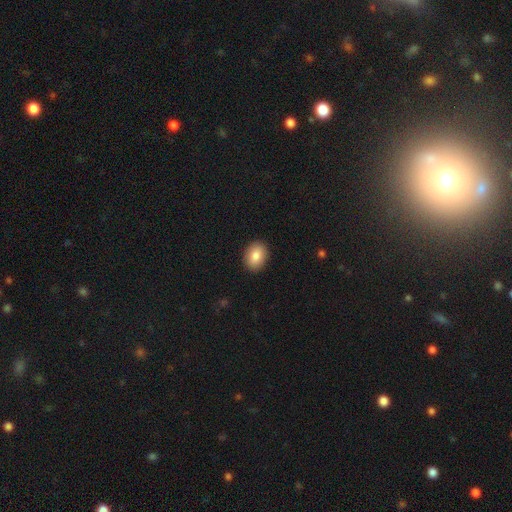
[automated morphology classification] Smooth or featured?
  - smooth: 86% *
  - star or artifact: 7%
  - featured or disk: 7%
How rounded?
  - in between: 71% *
  - round: 28%
  - cigar-shaped: 1%
Merging?
  - none: 91% *
  - minor disturbance: 7%
  - major disturbance: 2%
  - merger: 1%